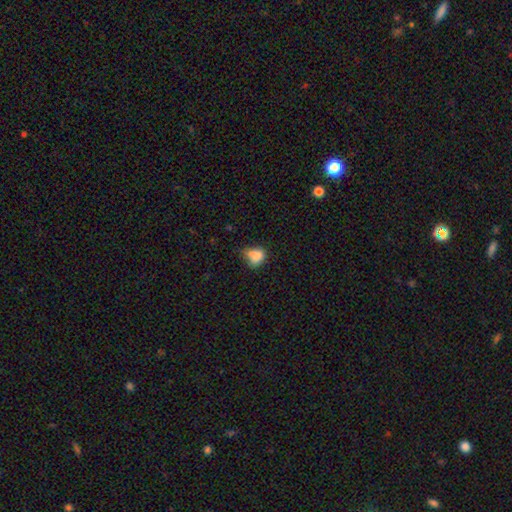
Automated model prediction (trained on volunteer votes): smooth-or-featured: smooth: 81% | star or artifact: 11% | featured or disk: 9%
  how-rounded: in between: 56% | round: 43% | cigar-shaped: 2%
  merging: minor disturbance: 41% | none: 37% | major disturbance: 15% | merger: 7%